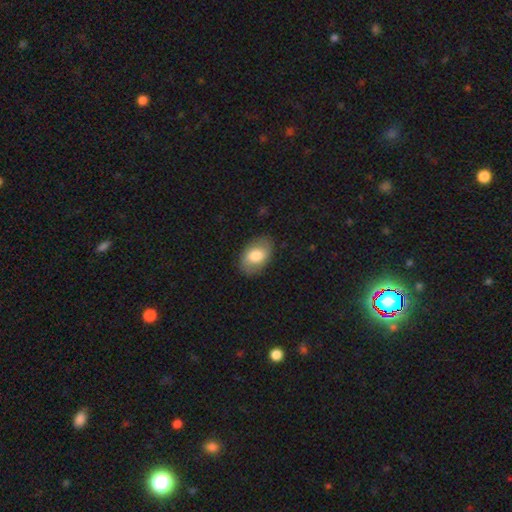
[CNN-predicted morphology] smooth 69%, featured or disk 25%, star or artifact 6%. Down the decision tree: how rounded — in between (88%); merging — none (83%).